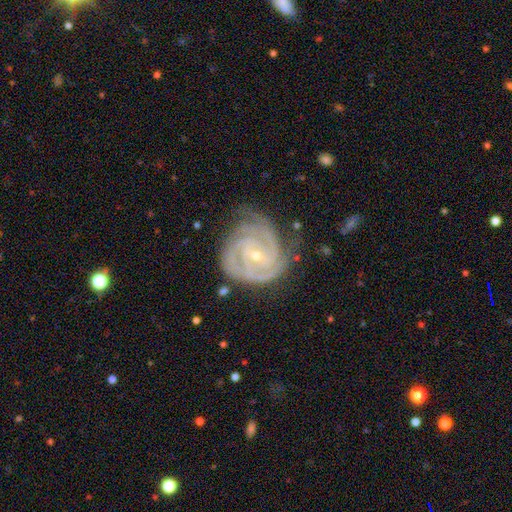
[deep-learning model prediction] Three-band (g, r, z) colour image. It shows a featured or disk galaxy (91%) with no bar (45%), 3 (40%) tight (78%) spiral arms (98%) and a small central bulge (71%). Merging: none (65%).